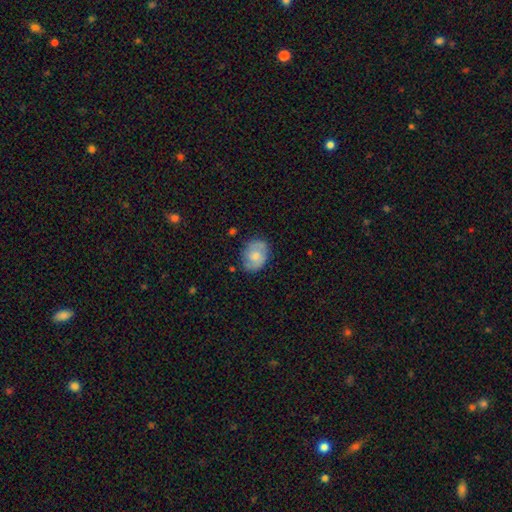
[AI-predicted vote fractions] Smooth or featured? Predicted: smooth (p=0.48). Merging? Predicted: none (p=0.73).